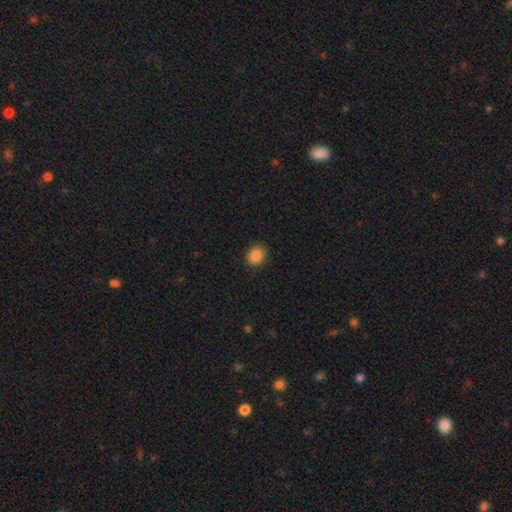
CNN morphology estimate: This appears to be a smooth galaxy with no disk features (87%) that is round (64%). Merging: none (87%).